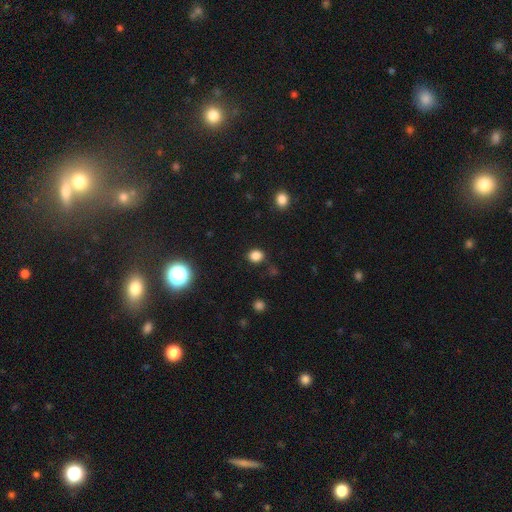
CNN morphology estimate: Q: Smooth or featured?
A: smooth (82%); runner-up: star or artifact (14%)
Q: How rounded?
A: round (59%); runner-up: in between (40%)
Q: Merging?
A: none (83%); runner-up: minor disturbance (11%)